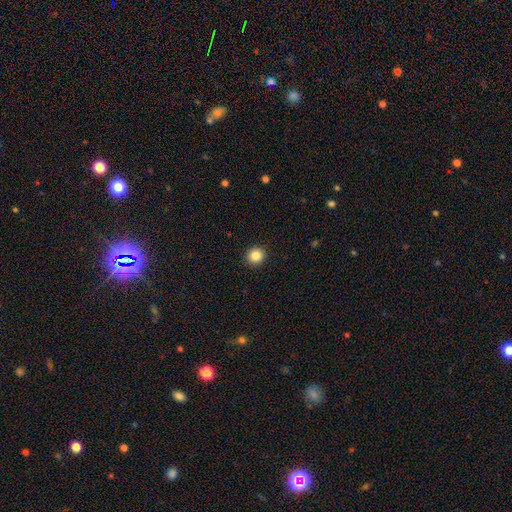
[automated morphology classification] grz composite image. It shows a smooth galaxy with no disk features (85%) that is round (93%). Merging: none (93%).